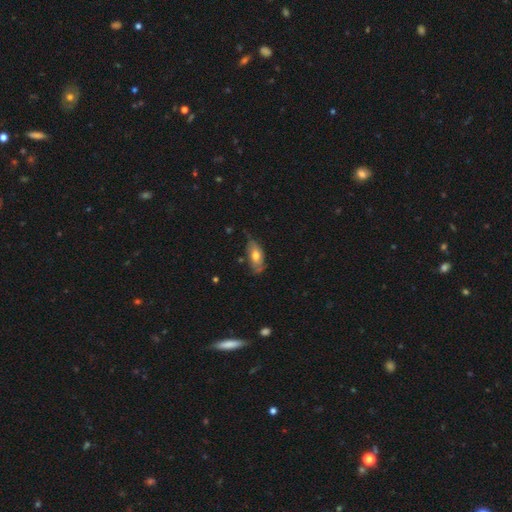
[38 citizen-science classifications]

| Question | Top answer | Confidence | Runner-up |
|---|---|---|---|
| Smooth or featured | smooth | 66% | featured or disk (26%) |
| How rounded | in between | 96% | round (4%) |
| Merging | none | 40% | tied: minor disturbance (40%) |